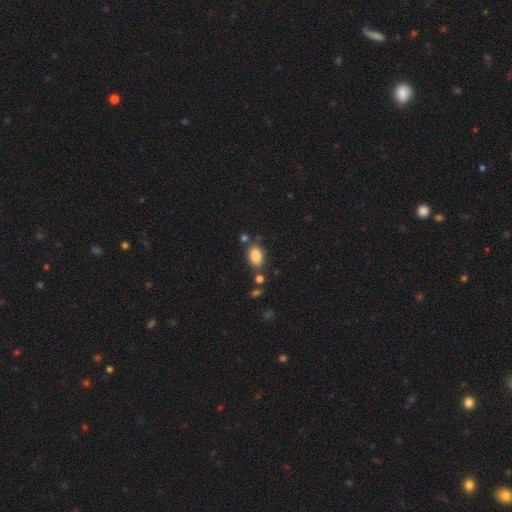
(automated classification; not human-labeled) Smooth or featured? smooth (86%)
How rounded? in between (88%)
Merging? none (73%)